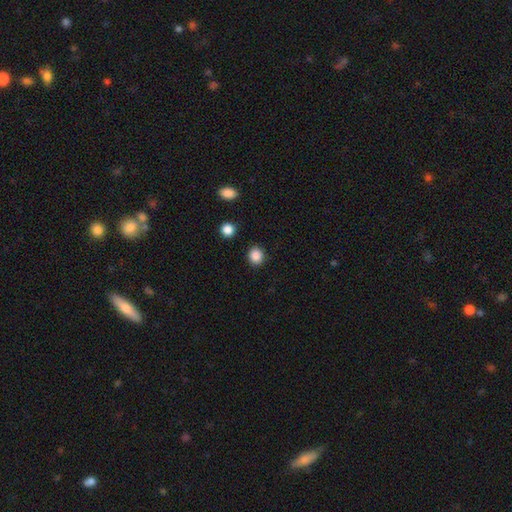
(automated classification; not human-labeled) Morphology: type=smooth (87%); roundness=round (82%); merging=none (89%).